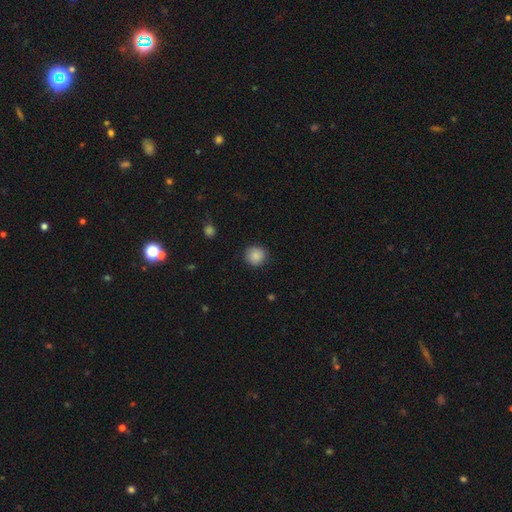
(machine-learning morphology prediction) Smooth or featured?
  - smooth: 88% *
  - star or artifact: 9%
  - featured or disk: 3%
How rounded?
  - round: 91% *
  - in between: 8%
  - cigar-shaped: 1%
Merging?
  - none: 88% *
  - minor disturbance: 8%
  - major disturbance: 2%
  - merger: 1%